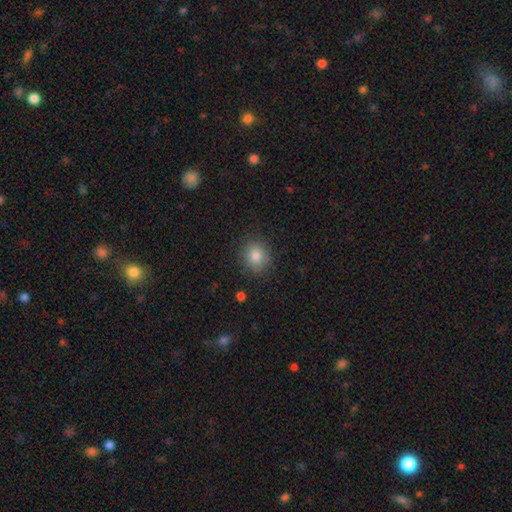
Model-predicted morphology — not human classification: smooth_or_featured: smooth (p=0.82) [alt: star or artifact p=0.11]
how_rounded: round (p=0.74) [alt: in between p=0.25]
merging: none (p=0.85) [alt: minor disturbance p=0.11]